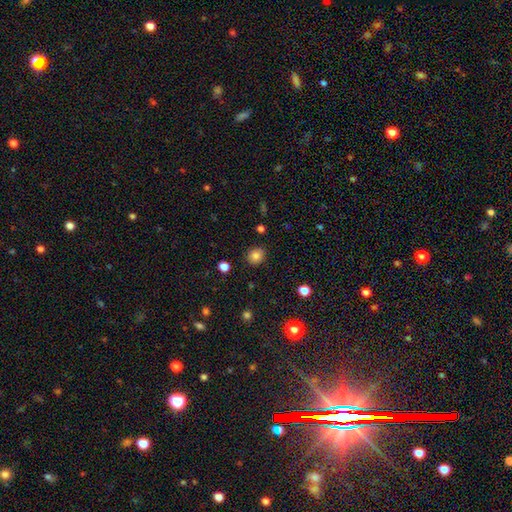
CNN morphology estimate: Overall: smooth (82%). How rounded: round (75%). Merging: none (88%).